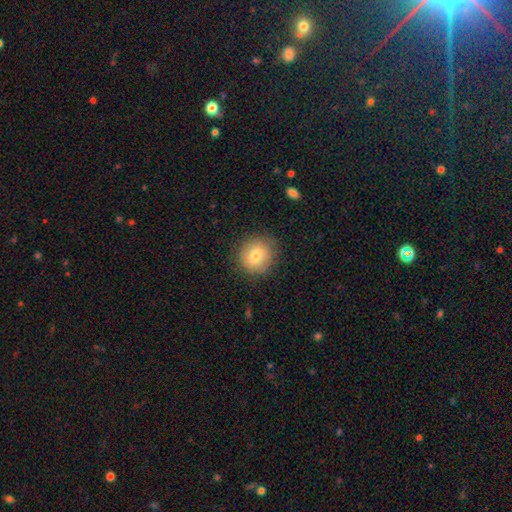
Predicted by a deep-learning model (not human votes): smooth_or_featured: smooth (p=0.78) [alt: featured or disk p=0.13]
how_rounded: round (p=0.87) [alt: in between p=0.12]
merging: none (p=0.85) [alt: minor disturbance p=0.11]